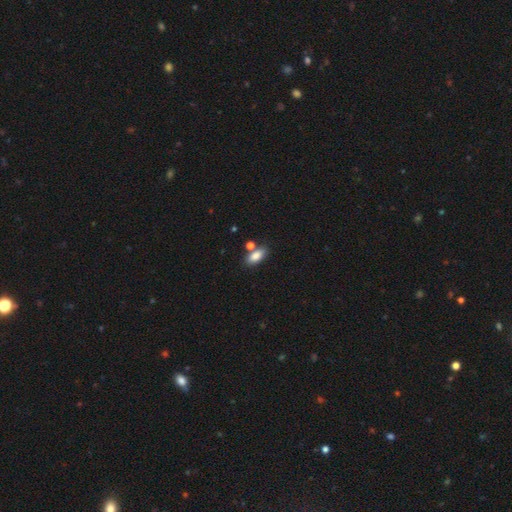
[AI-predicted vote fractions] Smooth or featured? Predicted: smooth (p=0.84). How rounded? Predicted: in between (p=0.87). Merging? Predicted: none (p=0.67).